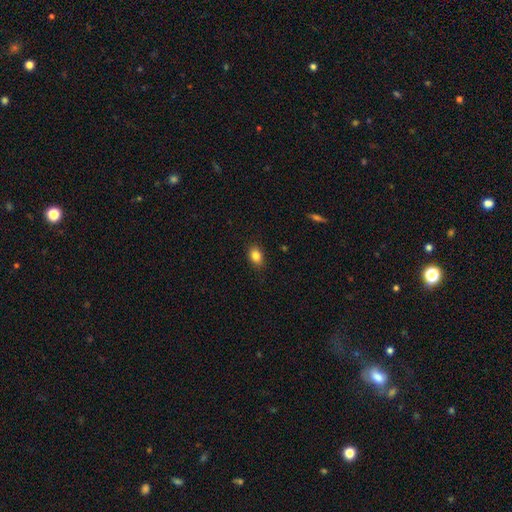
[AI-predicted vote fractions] smooth 85%, star or artifact 9%, featured or disk 6%. Down the decision tree: how rounded — in between (72%); merging — none (87%).